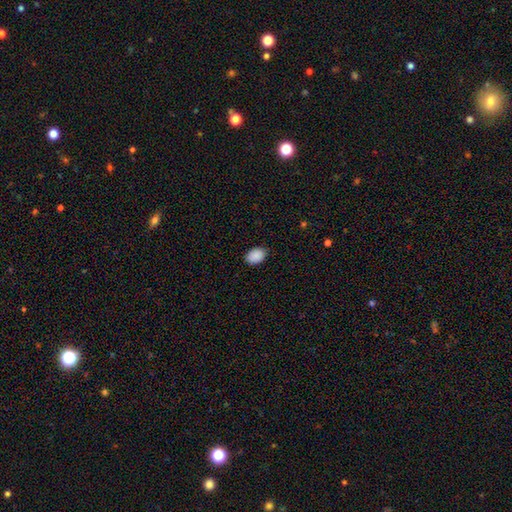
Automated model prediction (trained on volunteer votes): This is clearly a smooth galaxy (90%). How rounded: clearly in between (83%). Merging: clearly none (87%).